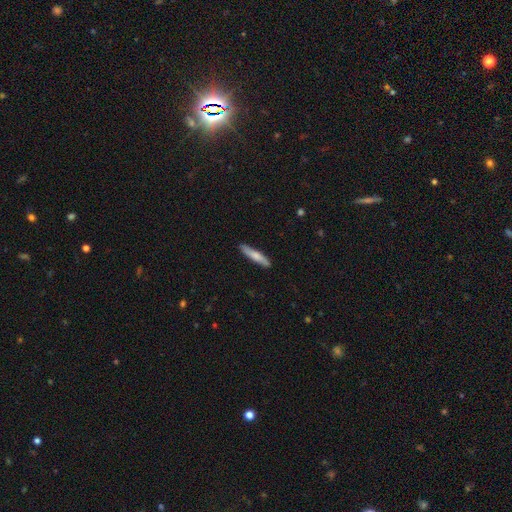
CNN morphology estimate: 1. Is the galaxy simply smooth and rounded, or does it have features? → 69% smooth, 26% featured or disk, 5% star or artifact.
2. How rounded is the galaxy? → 90% cigar-shaped, 9% in between, 1% round.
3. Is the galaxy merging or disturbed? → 88% none, 10% minor disturbance, 2% major disturbance, 1% merger.